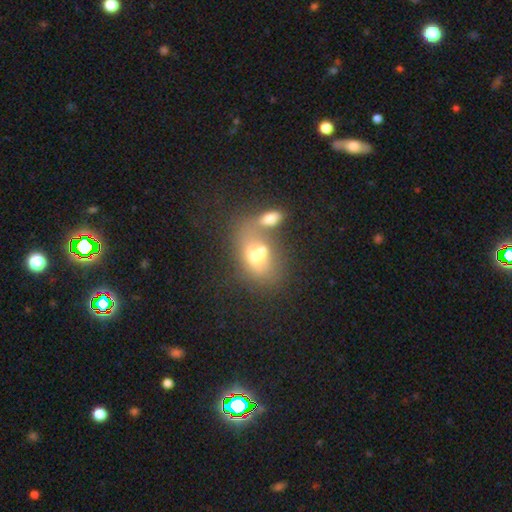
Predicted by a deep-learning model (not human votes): The model was most divided on "smooth or featured": smooth: 61%, featured or disk: 28%, star or artifact: 11%. More confident: how rounded — in between (79%); merging — merger (62%).